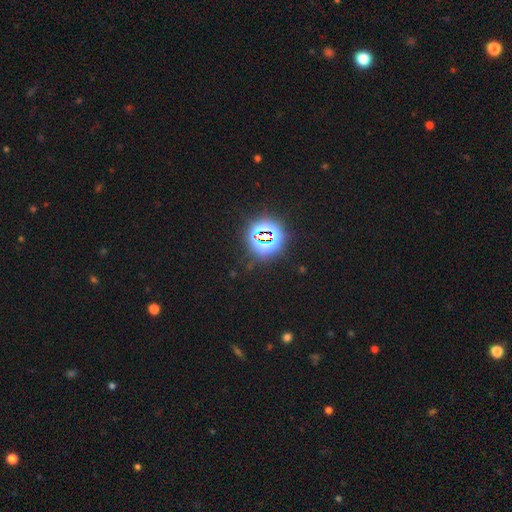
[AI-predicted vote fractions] smooth-or-featured: star or artifact: 86% | smooth: 9% | featured or disk: 5%